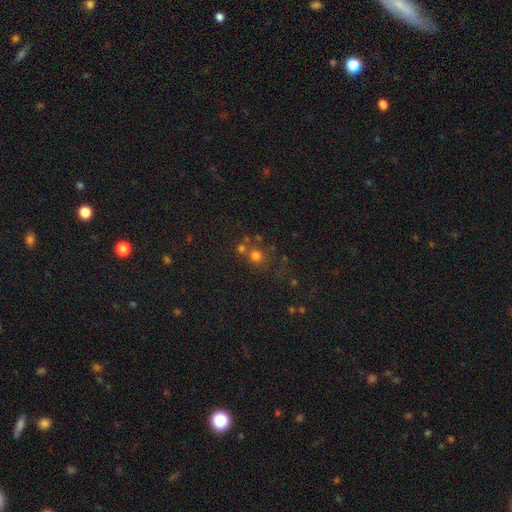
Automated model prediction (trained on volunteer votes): Smooth or featured?
  - smooth: 68% *
  - star or artifact: 21%
  - featured or disk: 11%
How rounded?
  - round: 84% *
  - in between: 15%
  - cigar-shaped: 1%
Merging?
  - none: 57% *
  - merger: 26%
  - minor disturbance: 11%
  - major disturbance: 6%